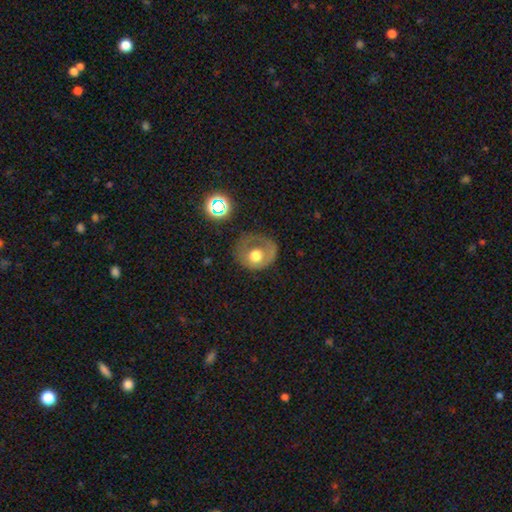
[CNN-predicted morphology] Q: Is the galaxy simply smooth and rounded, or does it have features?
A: smooth — 51%.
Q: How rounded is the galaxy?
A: round — 76%.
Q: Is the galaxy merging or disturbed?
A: none — 49%.